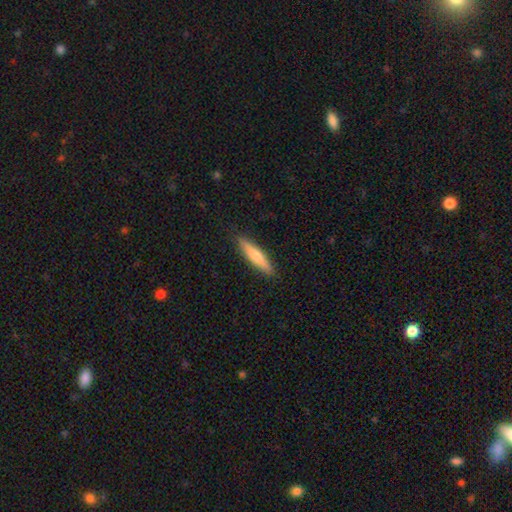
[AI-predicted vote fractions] Smooth or featured?
  - smooth: 66% *
  - featured or disk: 29%
  - star or artifact: 5%
How rounded?
  - cigar-shaped: 85% *
  - in between: 13%
  - round: 1%
Merging?
  - none: 90% *
  - minor disturbance: 7%
  - major disturbance: 2%
  - merger: 1%